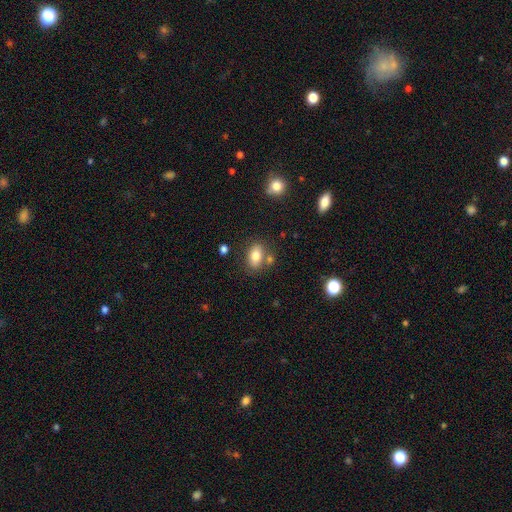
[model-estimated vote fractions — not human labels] smooth-or-featured: smooth: 78% | featured or disk: 13% | star or artifact: 9%
  how-rounded: in between: 84% | round: 13% | cigar-shaped: 3%
  merging: none: 71% | minor disturbance: 13% | merger: 13% | major disturbance: 4%